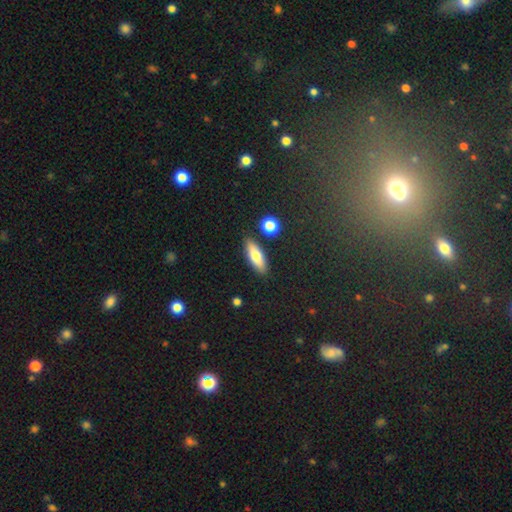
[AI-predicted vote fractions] The model was most divided on "how rounded": in between: 58%, cigar-shaped: 39%, round: 3%. More confident: merging — none (87%); smooth or featured — smooth (72%).